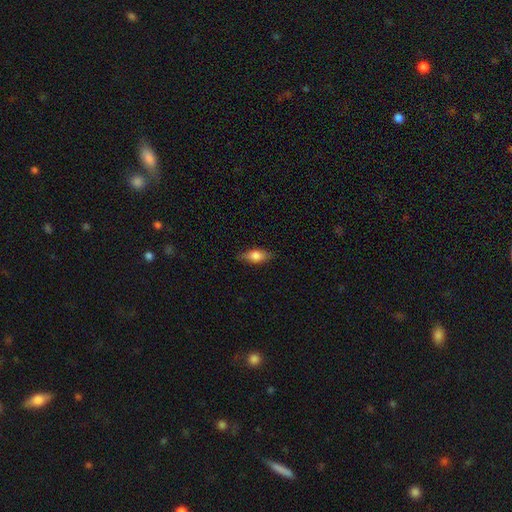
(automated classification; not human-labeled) Morphology: type=smooth (74%); roundness=in between (79%); merging=none (83%).